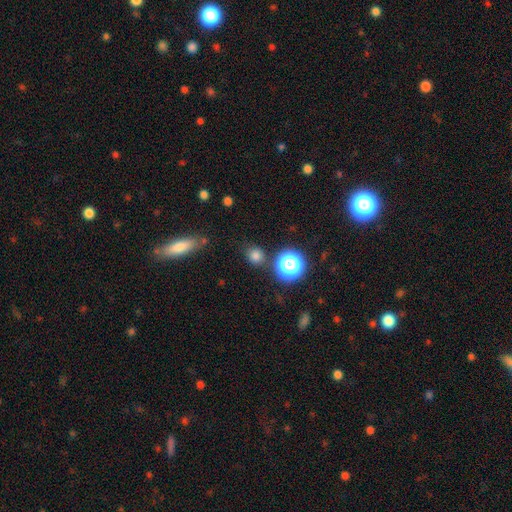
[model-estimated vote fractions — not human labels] Morphology: type=smooth (77%); roundness=round (82%); merging=none (81%).